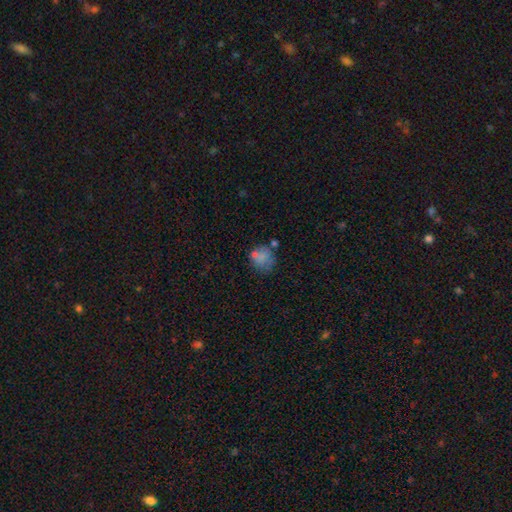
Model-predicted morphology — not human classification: smooth_or_featured: smooth (p=0.61) [alt: star or artifact p=0.20]
how_rounded: round (p=0.79) [alt: in between p=0.20]
merging: none (p=0.61) [alt: minor disturbance p=0.18]